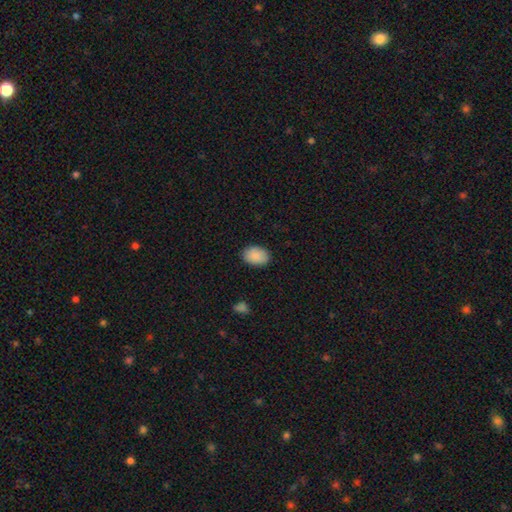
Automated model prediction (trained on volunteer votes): A smooth galaxy with no disk features (90%) that is in between round and cigar-shaped (84%). Merging: none (88%).